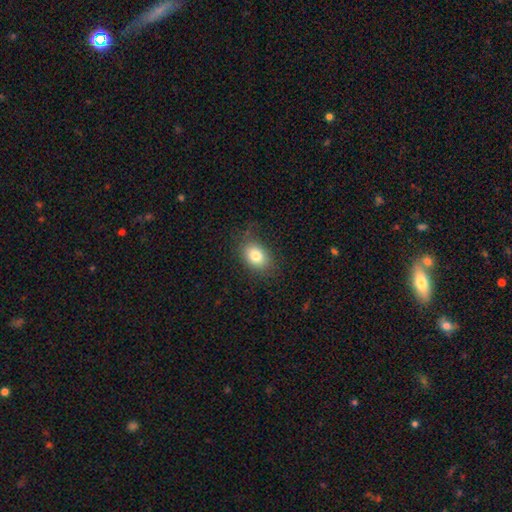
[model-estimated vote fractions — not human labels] Morphology: type=smooth (80%); roundness=in between (77%); merging=none (80%).